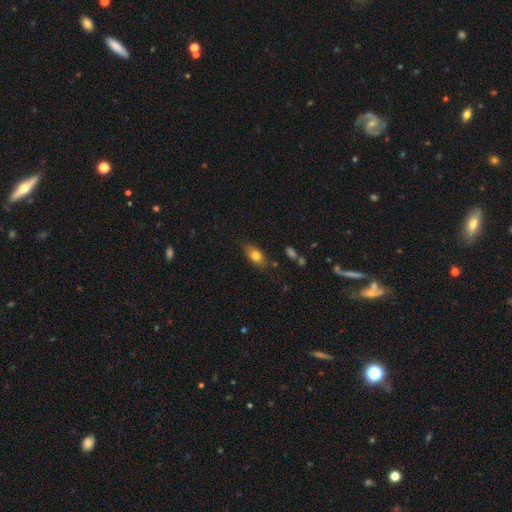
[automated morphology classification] smooth_or_featured: smooth (p=0.77) [alt: featured or disk p=0.15]
how_rounded: in between (p=0.85) [alt: round p=0.08]
merging: none (p=0.80) [alt: minor disturbance p=0.14]